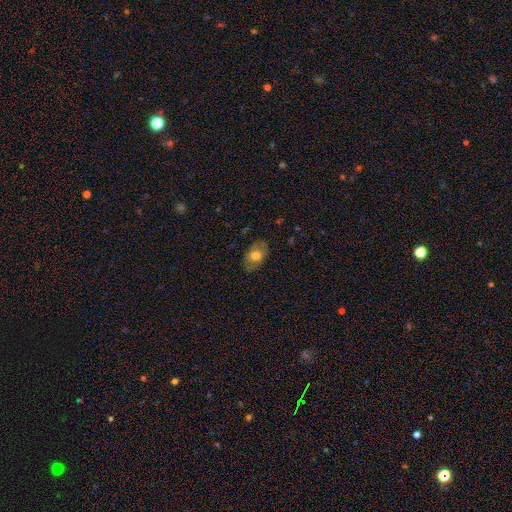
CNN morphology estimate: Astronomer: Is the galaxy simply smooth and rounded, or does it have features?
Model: smooth — 64%.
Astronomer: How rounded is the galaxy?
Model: in between — 84%.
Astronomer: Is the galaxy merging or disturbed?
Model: none — 80%.